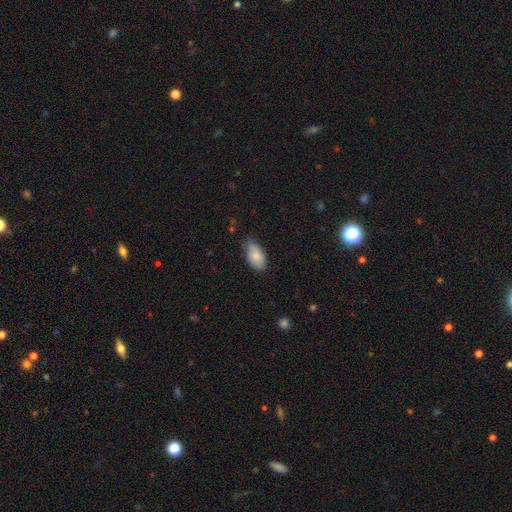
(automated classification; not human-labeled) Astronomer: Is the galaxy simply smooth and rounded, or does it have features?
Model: smooth — 84%.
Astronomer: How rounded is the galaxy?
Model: in between — 94%.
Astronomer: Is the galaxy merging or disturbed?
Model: none — 73%.